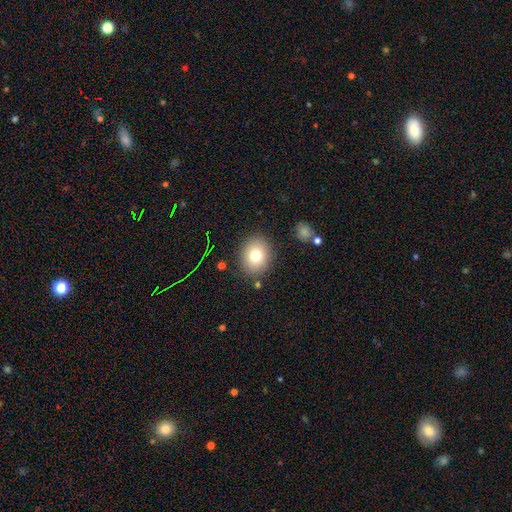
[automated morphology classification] smooth 77%, featured or disk 12%, star or artifact 11%. Down the decision tree: how rounded — round (63%); merging — none (86%).